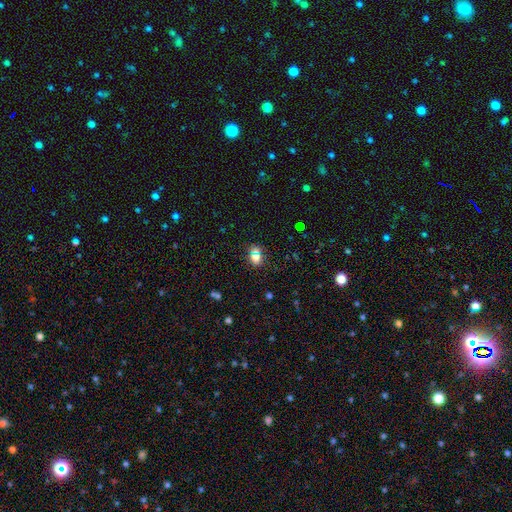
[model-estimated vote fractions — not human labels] smooth-or-featured: smooth: 64% | star or artifact: 28% | featured or disk: 8%
  how-rounded: round: 65% | in between: 33% | cigar-shaped: 2%
  merging: none: 78% | minor disturbance: 10% | merger: 8% | major disturbance: 4%